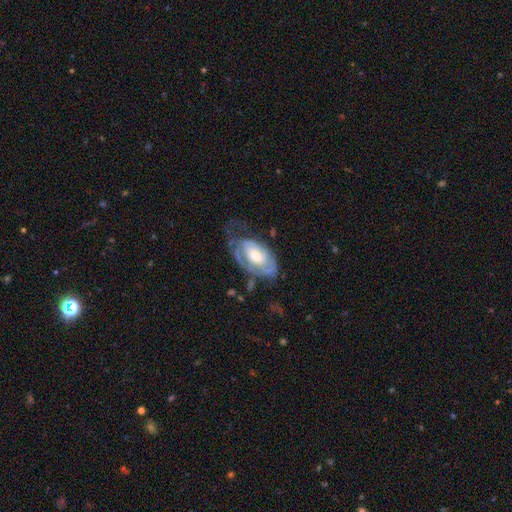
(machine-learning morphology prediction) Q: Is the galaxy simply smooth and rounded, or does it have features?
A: featured or disk — 77%.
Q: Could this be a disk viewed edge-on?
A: no — 95%.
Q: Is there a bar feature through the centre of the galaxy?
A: no — 66%.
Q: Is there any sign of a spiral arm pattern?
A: yes — 85%.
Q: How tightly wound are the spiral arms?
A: tight — 61%.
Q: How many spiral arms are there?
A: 2 — 39%.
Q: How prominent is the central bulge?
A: moderate — 59%.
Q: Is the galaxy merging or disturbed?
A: none — 43%.